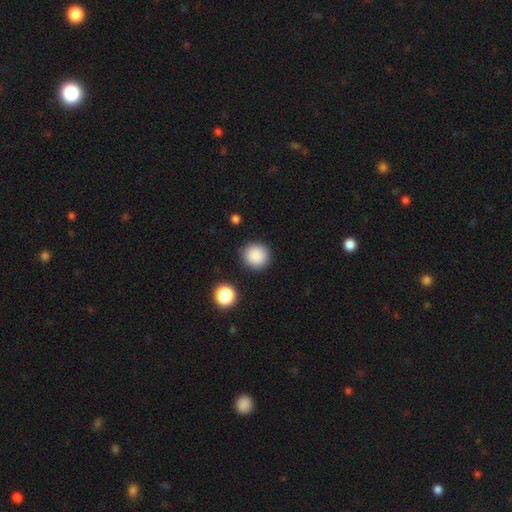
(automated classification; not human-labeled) Smooth or featured? smooth (87%)
How rounded? round (91%)
Merging? none (87%)